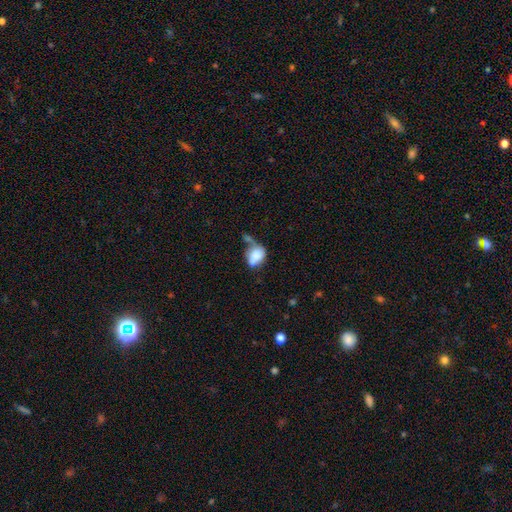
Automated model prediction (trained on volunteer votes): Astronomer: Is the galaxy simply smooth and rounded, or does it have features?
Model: smooth — 73%.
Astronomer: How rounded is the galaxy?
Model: in between — 71%.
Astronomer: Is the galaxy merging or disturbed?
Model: merger — 34% (runner-up: none, 24%).